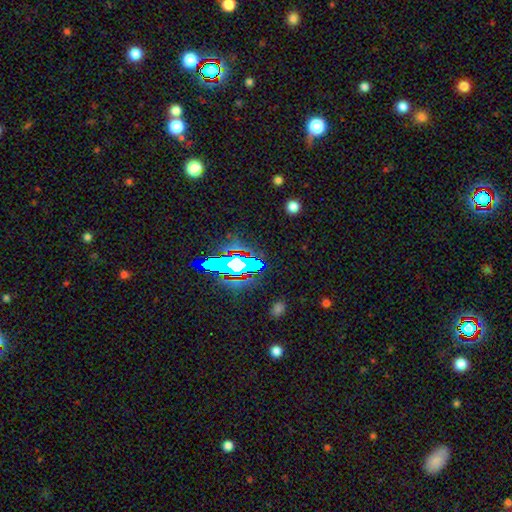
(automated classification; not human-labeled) A star or artifact, not a galaxy (77%).

Vote fractions:
- Smooth or featured? star or artifact: 77% / smooth: 13% / featured or disk: 10%